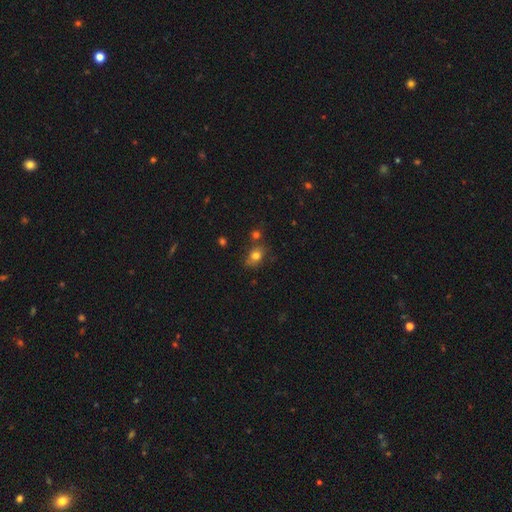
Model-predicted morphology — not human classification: Smooth or featured: smooth — 77% (star or artifact — 13%)
How rounded: in between — 57% (round — 42%)
Merging: none — 65% (minor disturbance — 18%)